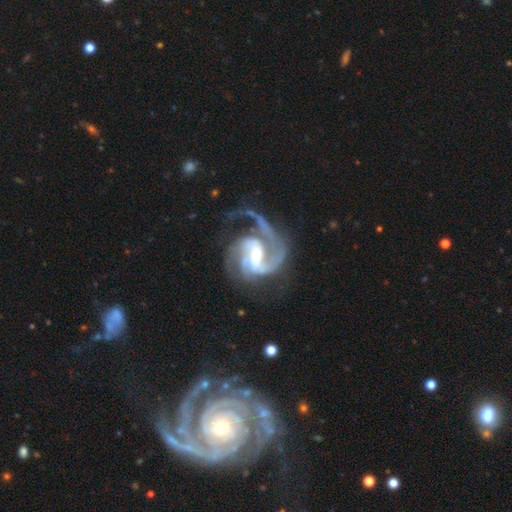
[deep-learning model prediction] Smooth or featured?
  - featured or disk: 92% *
  - star or artifact: 5%
  - smooth: 4%
Edge-on disk?
  - no: 98% *
  - yes: 2%
Bar?
  - weak: 47% *
  - strong: 34%
  - no: 19%
Spiral arms?
  - yes: 98% *
  - no: 2%
Spiral winding?
  - medium: 51% *
  - tight: 27%
  - loose: 23%
Spiral arm count?
  - 2: 41% *
  - 3: 28%
  - can't tell: 11%
  - 1: 9%
  - 4: 6%
  - more than 4: 5%
Bulge size?
  - moderate: 51% *
  - small: 34%
  - large: 9%
  - none: 4%
  - dominant: 1%
Merging?
  - major disturbance: 40% *
  - none: 38%
  - minor disturbance: 16%
  - merger: 7%